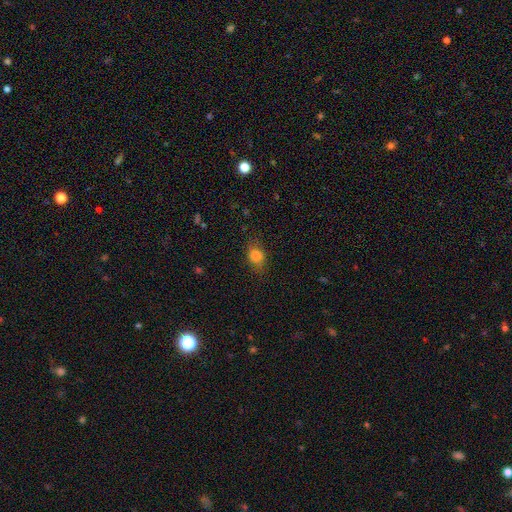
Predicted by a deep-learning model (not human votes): Overall: smooth (80%). How rounded: in between (65%; round 32%). Merging: none (75%).